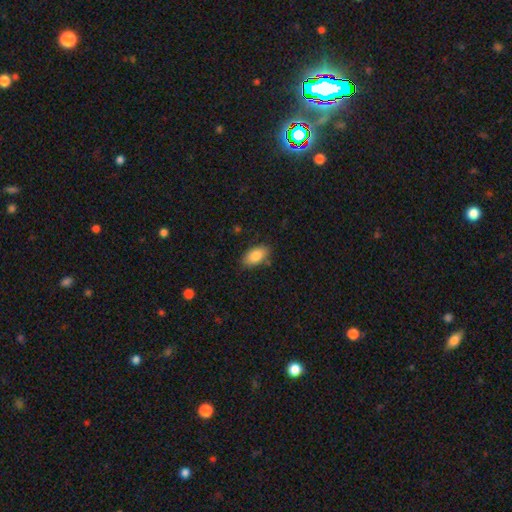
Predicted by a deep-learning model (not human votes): A smooth galaxy with no disk features (85%) that is in between round and cigar-shaped (93%).

Vote fractions:
- Smooth or featured? smooth: 85% / featured or disk: 8% / star or artifact: 7%
- How rounded? in between: 93% / round: 4% / cigar-shaped: 3%
- Merging? none: 82% / minor disturbance: 14% / major disturbance: 3% / merger: 2%